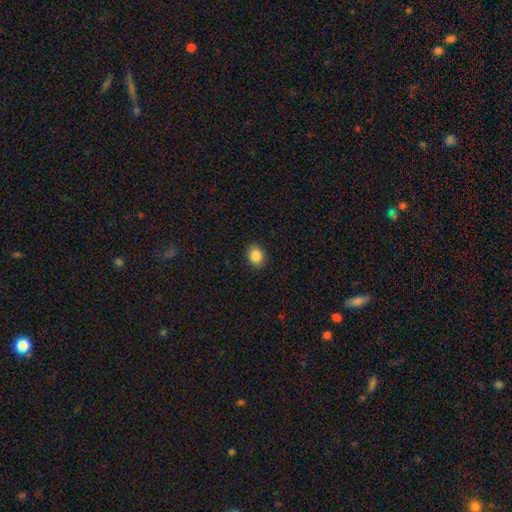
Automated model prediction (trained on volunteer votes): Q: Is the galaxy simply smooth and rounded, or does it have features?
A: smooth — 86%.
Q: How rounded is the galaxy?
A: in between — 52%.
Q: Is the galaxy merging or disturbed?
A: none — 90%.